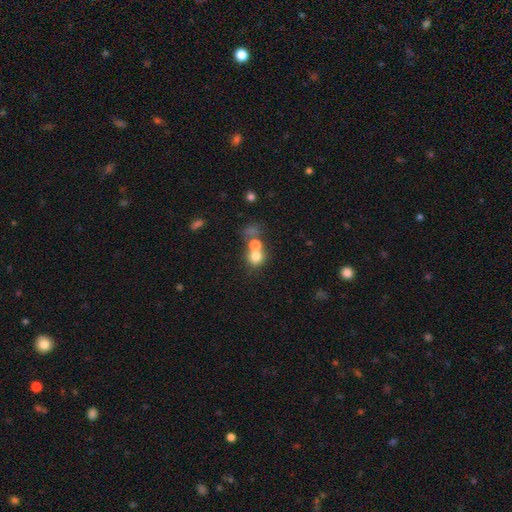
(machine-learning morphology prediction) Overall: smooth (73%). How rounded: round (78%). Merging: merger (52%; none 35%).